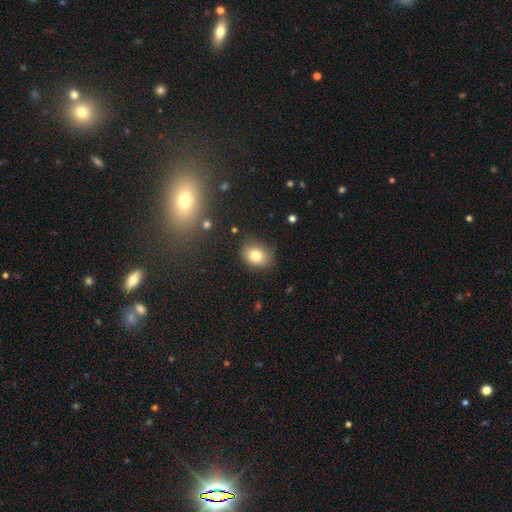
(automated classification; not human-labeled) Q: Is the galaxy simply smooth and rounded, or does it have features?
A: smooth — 80%.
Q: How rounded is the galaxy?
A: in between — 56%.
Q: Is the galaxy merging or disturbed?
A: none — 81%.